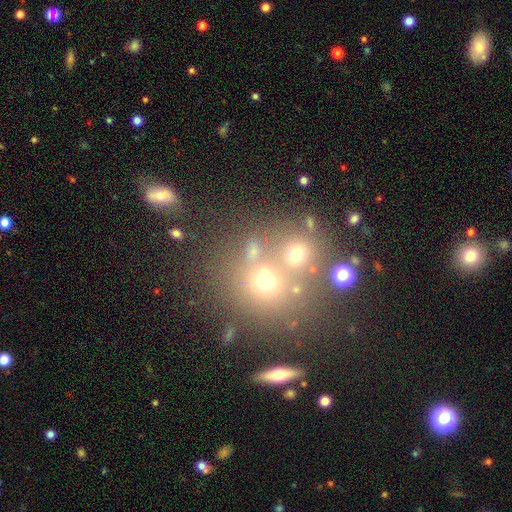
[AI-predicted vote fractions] smooth-or-featured: smooth: 51% | star or artifact: 27% | featured or disk: 21%
  how-rounded: round: 76% | in between: 23% | cigar-shaped: 1%
  merging: none: 46% | merger: 39% | minor disturbance: 9% | major disturbance: 6%